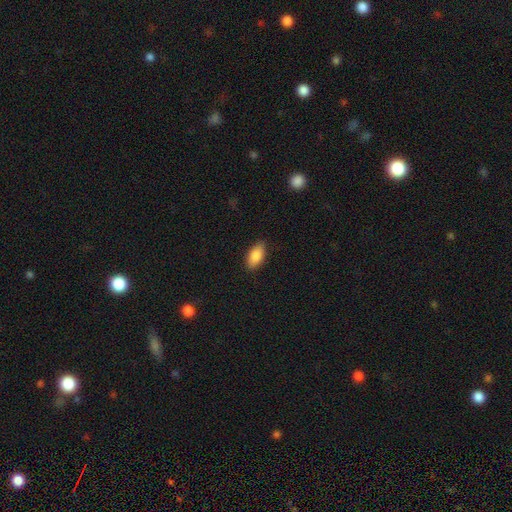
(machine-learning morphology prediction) Smooth or featured: smooth — 86% (featured or disk — 7%)
How rounded: in between — 91% (cigar-shaped — 6%)
Merging: none — 86% (minor disturbance — 11%)